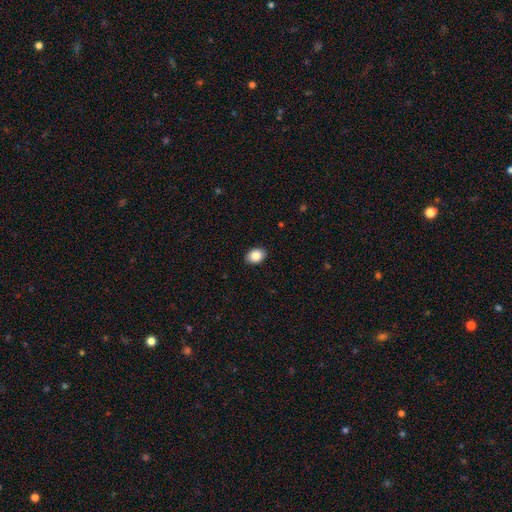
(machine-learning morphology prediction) Smooth or featured? smooth (86%)
How rounded? in between (72%)
Merging? none (89%)